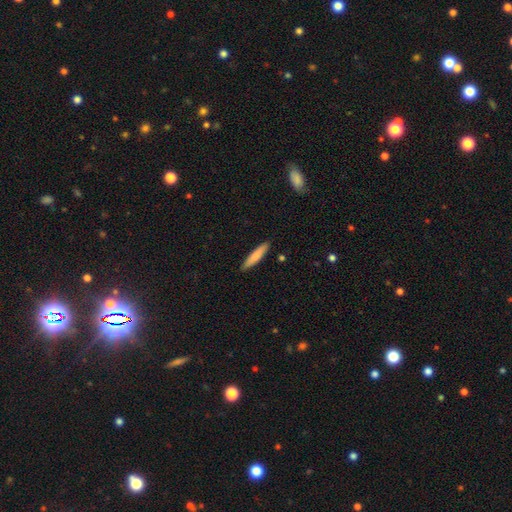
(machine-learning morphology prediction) The model was most divided on "smooth or featured": smooth: 81%, featured or disk: 14%, star or artifact: 6%. More confident: merging — none (88%); how rounded — cigar-shaped (87%).